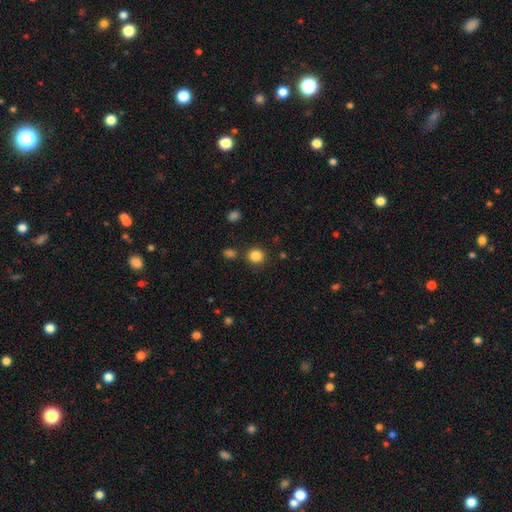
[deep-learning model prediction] Smooth or featured?
  - smooth: 85% *
  - star or artifact: 11%
  - featured or disk: 4%
How rounded?
  - round: 89% *
  - in between: 10%
  - cigar-shaped: 1%
Merging?
  - none: 85% *
  - minor disturbance: 7%
  - merger: 5%
  - major disturbance: 3%